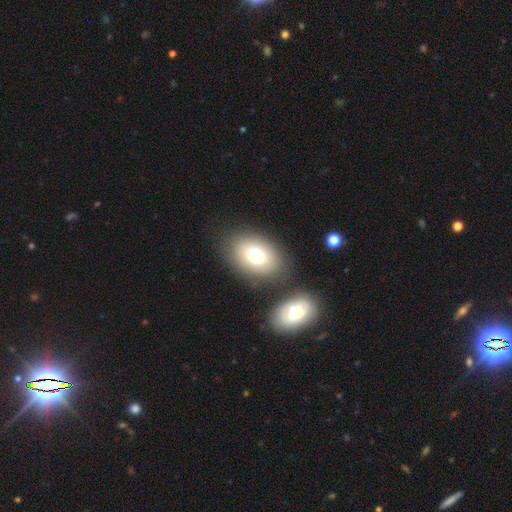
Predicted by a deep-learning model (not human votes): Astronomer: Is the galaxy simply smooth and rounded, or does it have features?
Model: smooth — 77%.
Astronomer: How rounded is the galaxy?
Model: in between — 80%.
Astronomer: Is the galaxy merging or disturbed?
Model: none — 75%.